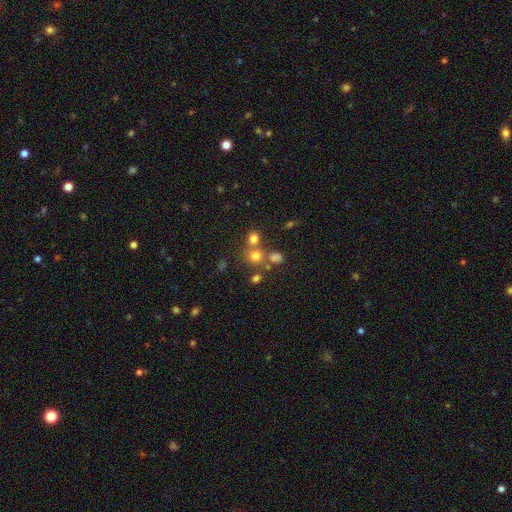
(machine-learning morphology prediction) Smooth or featured? smooth (70%)
How rounded? round (83%)
Merging? none (57%)